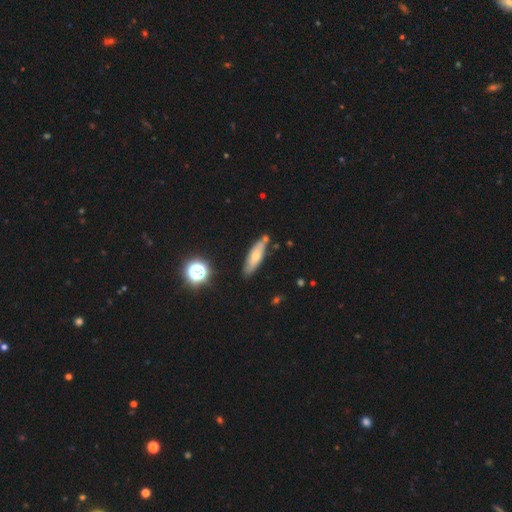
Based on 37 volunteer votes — A smooth galaxy with no disk features (62%) that is cigar-shaped (65%).

Vote fractions:
- Smooth or featured? smooth: 62% / featured or disk: 32% / star or artifact: 5%
- How rounded? cigar-shaped: 65% / in between: 30% / round: 4%
- Merging? none: 77% / minor disturbance: 17% / major disturbance: 3% / merger: 3%